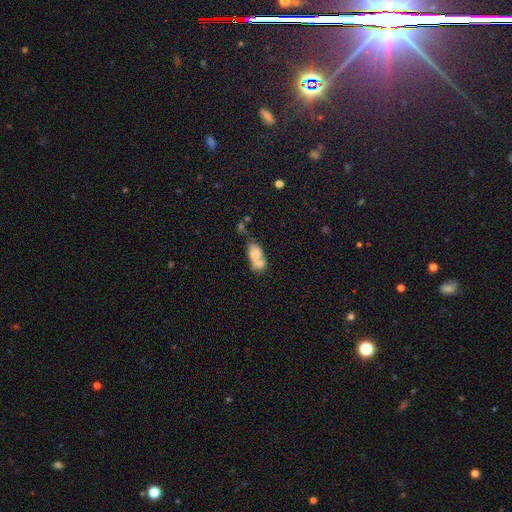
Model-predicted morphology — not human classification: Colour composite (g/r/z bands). It shows a smooth galaxy with no disk features (64%) that is in between round and cigar-shaped (81%). Merging: merger (58%).